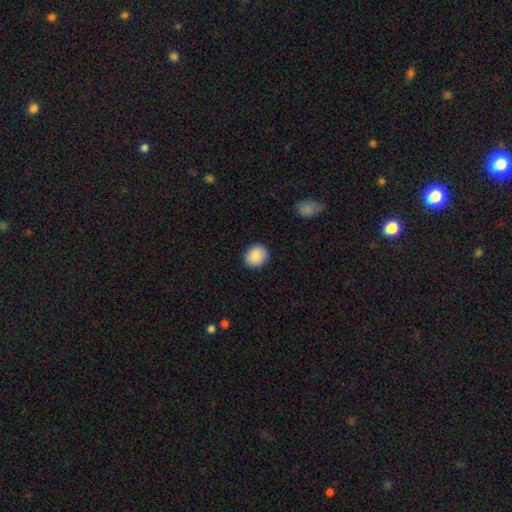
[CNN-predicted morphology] A smooth galaxy with no disk features (89%) that is round (73%). Merging: none (90%).